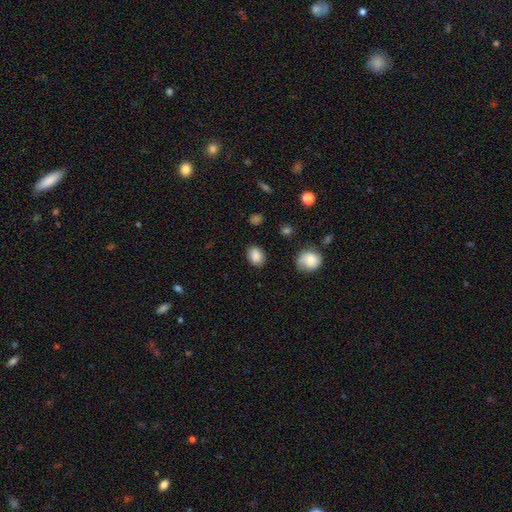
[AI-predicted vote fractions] Smooth or featured?
  - smooth: 86% *
  - star or artifact: 8%
  - featured or disk: 5%
How rounded?
  - in between: 65% *
  - round: 34%
  - cigar-shaped: 1%
Merging?
  - none: 84% *
  - minor disturbance: 11%
  - major disturbance: 3%
  - merger: 2%